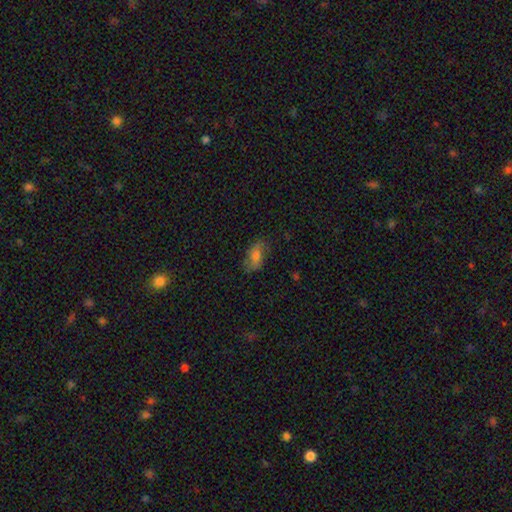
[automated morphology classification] Smooth or featured? smooth (66%)
How rounded? in between (88%)
Merging? none (71%)